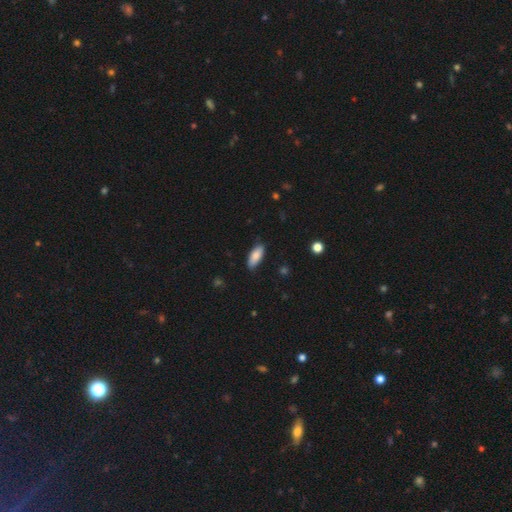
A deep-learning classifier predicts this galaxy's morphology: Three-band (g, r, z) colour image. It shows a smooth galaxy with no disk features (84%) that is in between round and cigar-shaped (80%). Merging: none (84%).